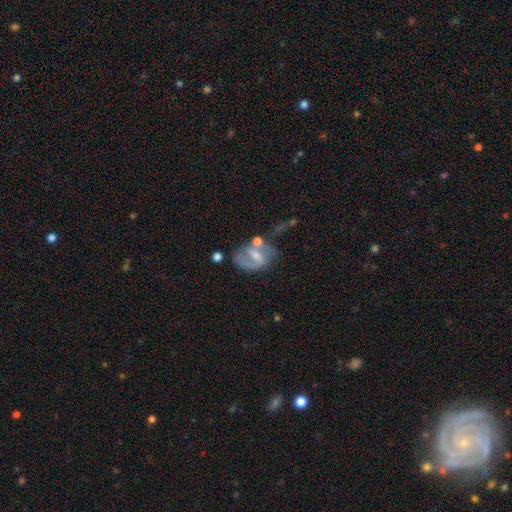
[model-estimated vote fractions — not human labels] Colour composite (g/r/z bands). It shows a featured or disk galaxy (66%) with a weak bar (46%), spiral arms (75%) and a small central bulge (46%). Merging: none (43%).